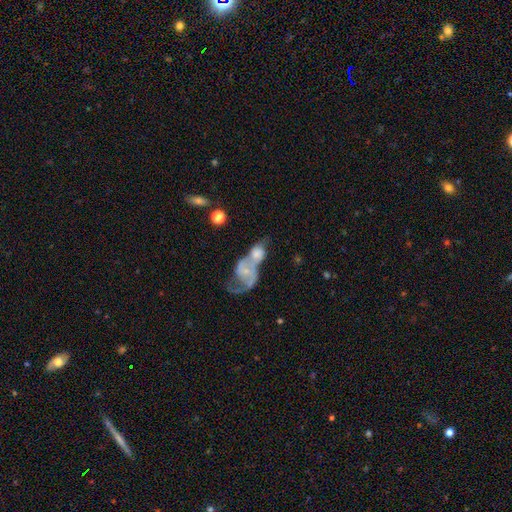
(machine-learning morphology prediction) Smooth or featured?
  - featured or disk: 58% *
  - smooth: 32%
  - star or artifact: 9%
Edge-on disk?
  - no: 96% *
  - yes: 4%
Bar?
  - no: 72% *
  - weak: 22%
  - strong: 6%
Spiral arms?
  - yes: 62% *
  - no: 38%
Bulge size?
  - small: 46% *
  - none: 24%
  - moderate: 23%
  - large: 5%
  - dominant: 2%
Merging?
  - merger: 73% *
  - major disturbance: 12%
  - none: 9%
  - minor disturbance: 5%